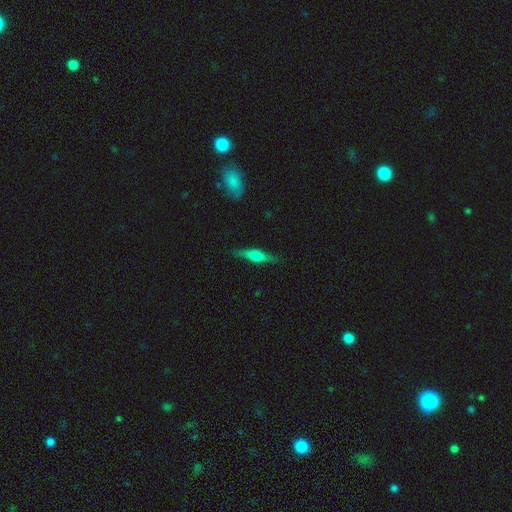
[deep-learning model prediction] A featured or disk galaxy (50%) viewed edge-on (93%). Merging: none (84%).